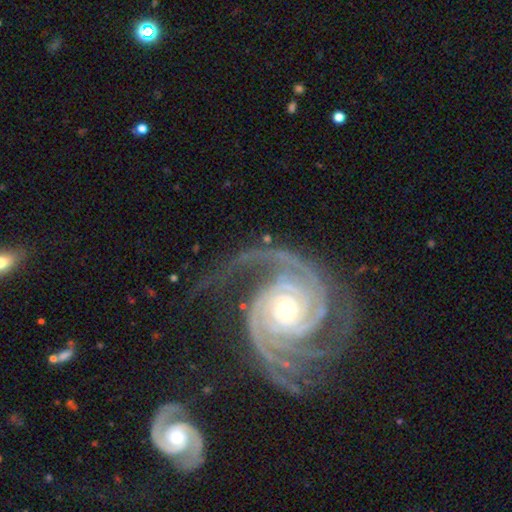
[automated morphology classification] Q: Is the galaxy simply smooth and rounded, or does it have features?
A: featured or disk — 93%.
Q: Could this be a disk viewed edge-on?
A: no — 98%.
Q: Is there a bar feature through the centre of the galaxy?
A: no — 67%.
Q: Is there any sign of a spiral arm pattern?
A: yes — 99%.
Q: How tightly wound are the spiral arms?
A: tight — 61%.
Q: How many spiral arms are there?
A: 3 — 38%.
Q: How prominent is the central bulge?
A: moderate — 50%.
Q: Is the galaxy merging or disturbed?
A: none — 62%.